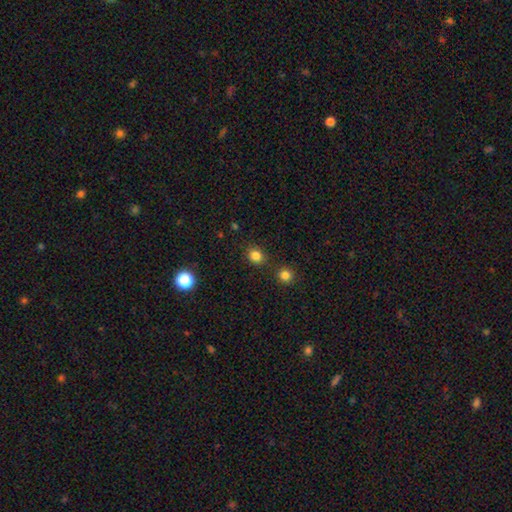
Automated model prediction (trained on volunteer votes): The model was most divided on "how rounded": round: 77%, in between: 22%, cigar-shaped: 1%. More confident: smooth or featured — smooth (83%); merging — none (82%).